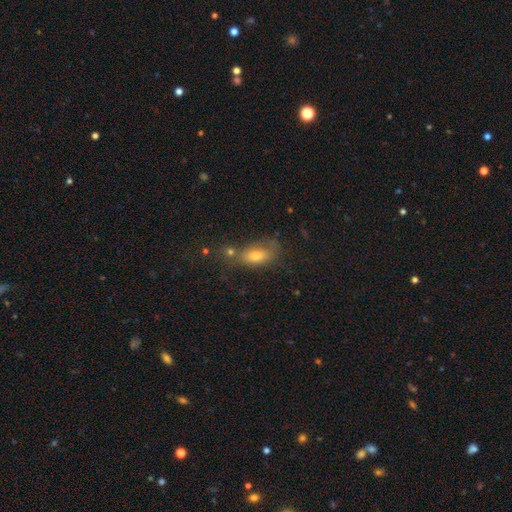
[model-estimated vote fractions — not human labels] This appears to be a smooth galaxy with no disk features (71%) that is in between round and cigar-shaped (81%). Merging: none (47%).